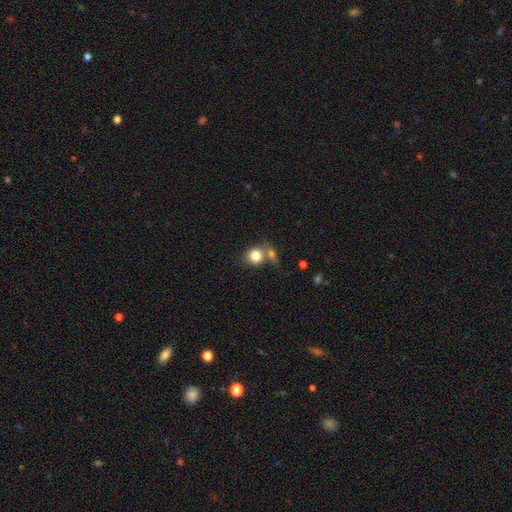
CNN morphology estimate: A smooth galaxy with no disk features (82%) that is round (75%). Merging: none (45%).